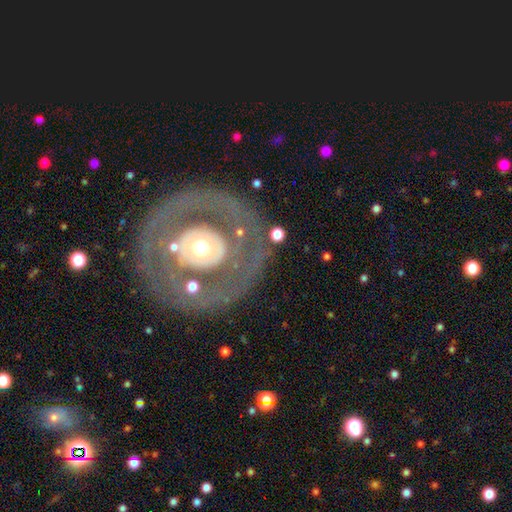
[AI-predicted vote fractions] featured or disk 69%, smooth 24%, star or artifact 7%. Down the decision tree: edge-on disk — no (95%); bar — no (83%); spiral arms — no (69%); bulge size — moderate (55%); merging — none (75%).